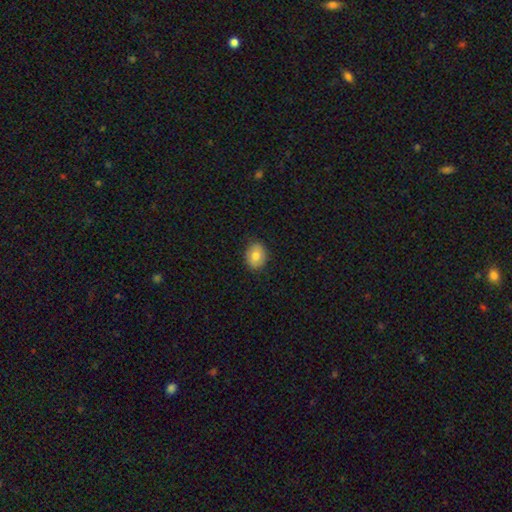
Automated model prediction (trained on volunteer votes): Smooth or featured? Predicted: smooth (p=0.81). How rounded? Predicted: round (p=0.51). Merging? Predicted: none (p=0.87).